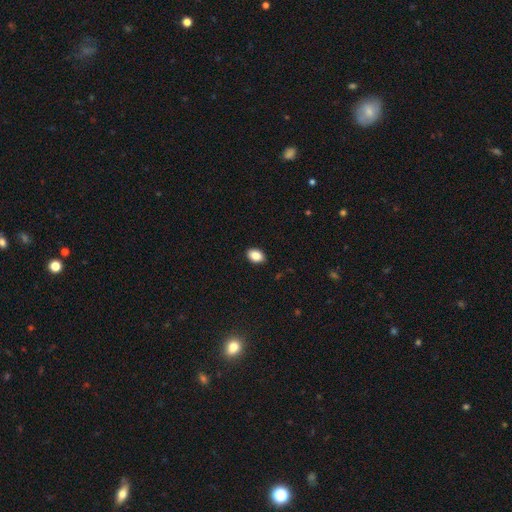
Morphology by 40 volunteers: Volunteers were most divided on "smooth or featured": smooth: 88%, star or artifact: 8%, featured or disk: 5%. More confident: how rounded — in between (97%); merging — none (95%).